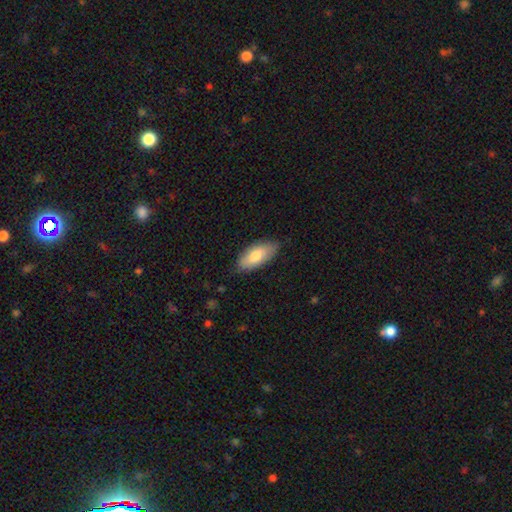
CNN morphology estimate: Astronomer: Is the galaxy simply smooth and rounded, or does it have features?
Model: smooth — 79%.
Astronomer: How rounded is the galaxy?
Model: in between — 87%.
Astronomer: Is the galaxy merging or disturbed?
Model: none — 80%.